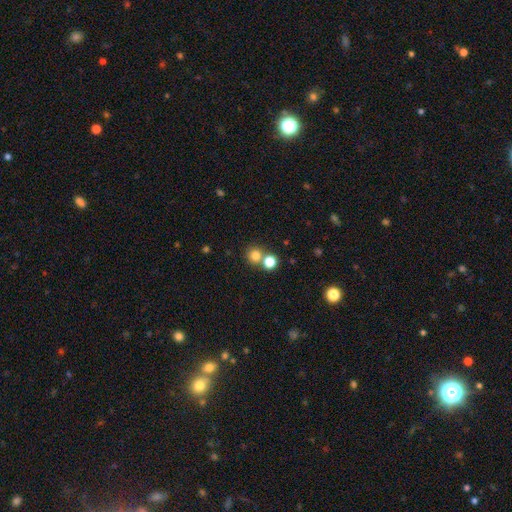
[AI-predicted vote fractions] Morphology: type=smooth (79%); roundness=round (91%); merging=none (62%).